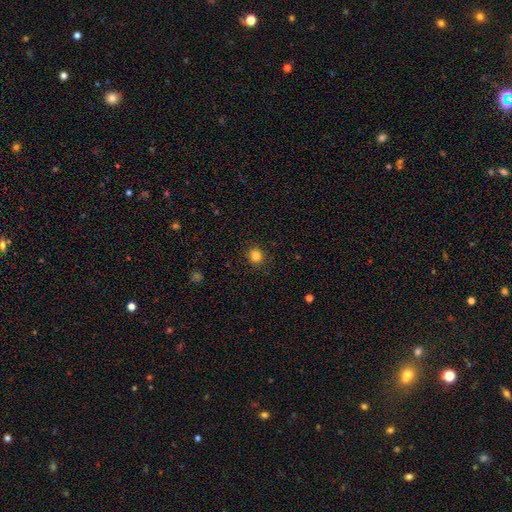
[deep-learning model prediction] smooth 83%, star or artifact 12%, featured or disk 5%. Down the decision tree: how rounded — round (89%); merging — none (91%).